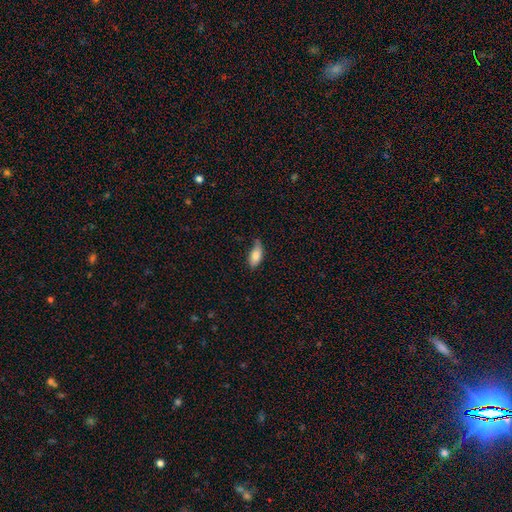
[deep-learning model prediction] Overall: smooth (78%). How rounded: in between (85%). Merging: none (55%; minor disturbance 35%).